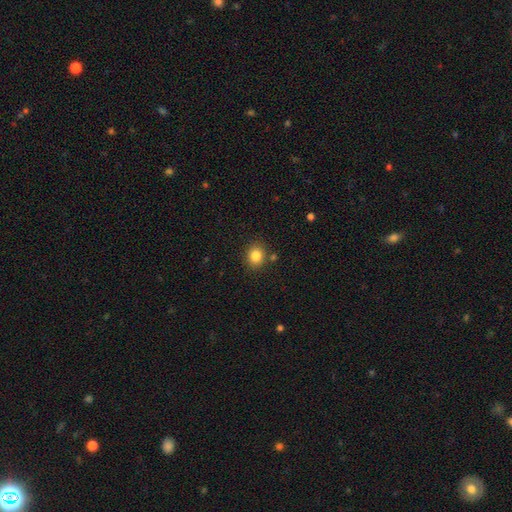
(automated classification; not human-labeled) A smooth galaxy with no disk features (84%) that is round (69%). Merging: none (83%).